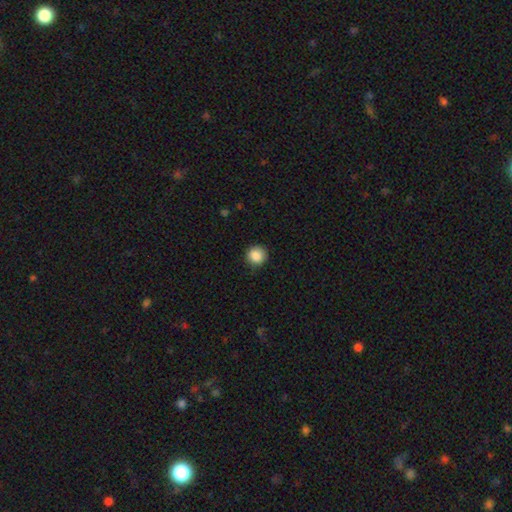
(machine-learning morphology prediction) Smooth or featured?
  - smooth: 88% *
  - star or artifact: 9%
  - featured or disk: 3%
How rounded?
  - round: 92% *
  - in between: 7%
  - cigar-shaped: 1%
Merging?
  - none: 88% *
  - minor disturbance: 9%
  - major disturbance: 2%
  - merger: 1%